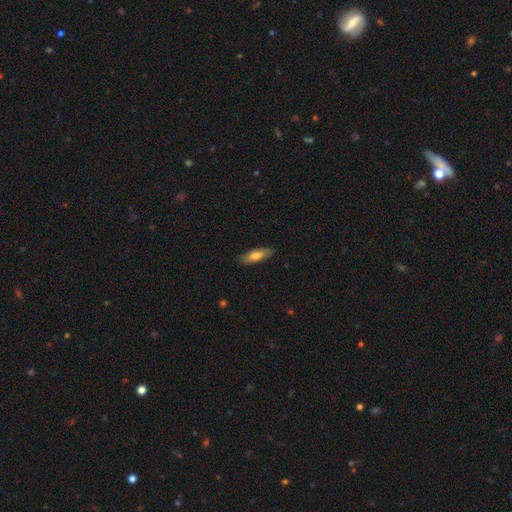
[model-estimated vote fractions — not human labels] This appears to be a smooth galaxy with no disk features (70%) that is in between round and cigar-shaped (51%). Merging: none (85%).